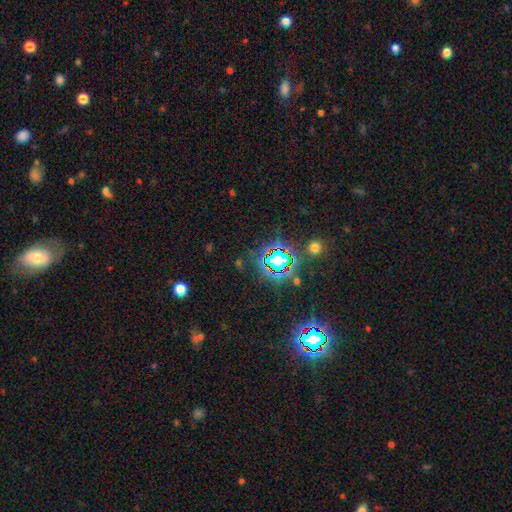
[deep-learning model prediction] Smooth or featured? star or artifact (79%)